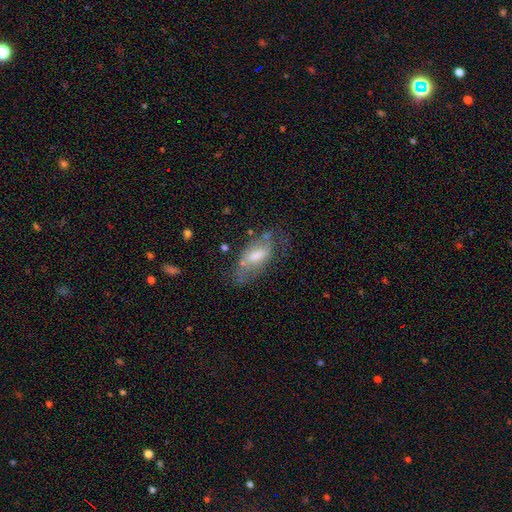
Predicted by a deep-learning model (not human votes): This is possibly a featured or disk galaxy (46%). Merging: possibly none (47%).